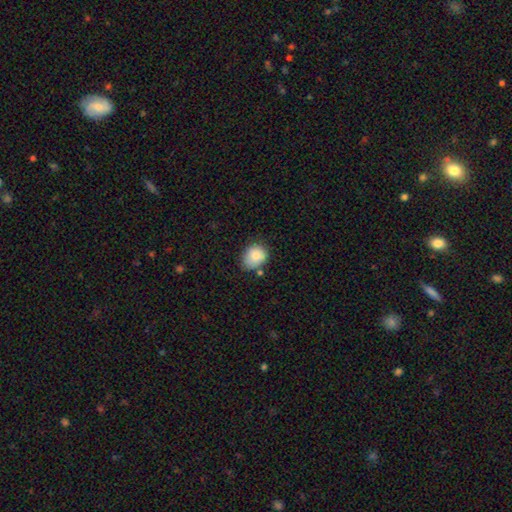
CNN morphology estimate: Smooth or featured? Predicted: smooth (p=0.83). How rounded? Predicted: round (p=0.53). Merging? Predicted: none (p=0.59).